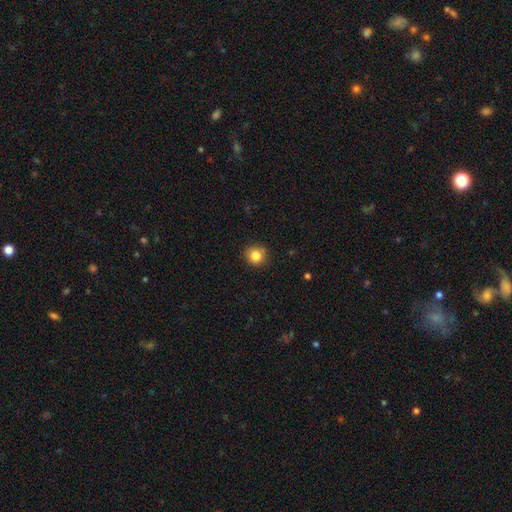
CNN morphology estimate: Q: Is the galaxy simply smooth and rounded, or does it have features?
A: smooth — 84%.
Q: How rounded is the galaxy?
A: round — 90%.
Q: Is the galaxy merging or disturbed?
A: none — 88%.